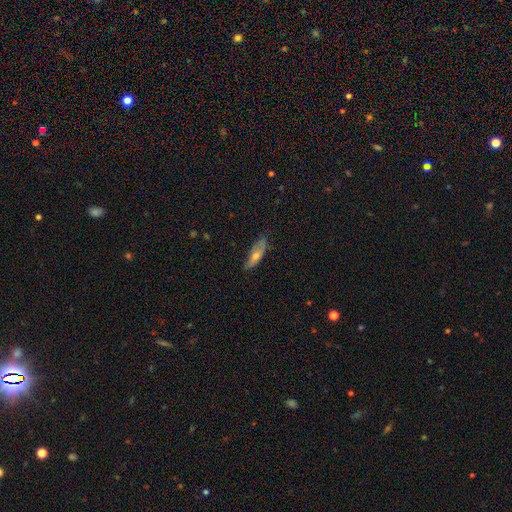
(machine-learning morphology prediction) smooth-or-featured: smooth: 48% | featured or disk: 44% | star or artifact: 8%
  merging: none: 65% | minor disturbance: 26% | major disturbance: 7% | merger: 2%